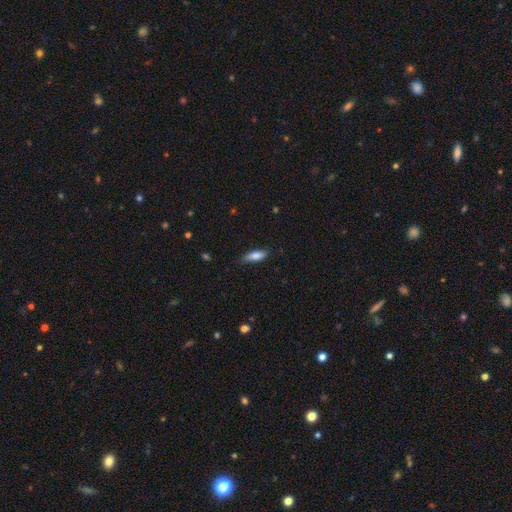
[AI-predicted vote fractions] smooth-or-featured: smooth: 80% | featured or disk: 13% | star or artifact: 7%
  how-rounded: in between: 59% | cigar-shaped: 39% | round: 2%
  merging: none: 76% | minor disturbance: 20% | major disturbance: 3% | merger: 1%